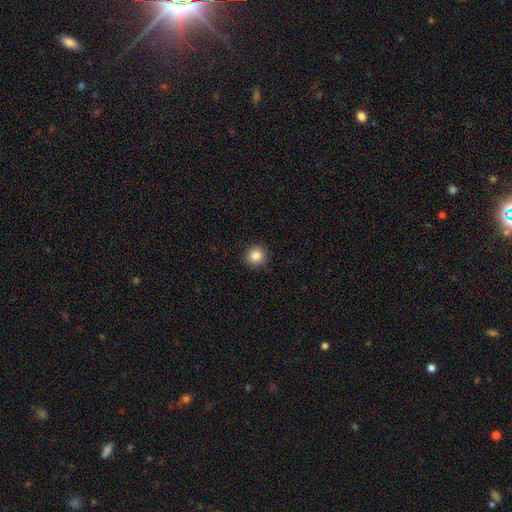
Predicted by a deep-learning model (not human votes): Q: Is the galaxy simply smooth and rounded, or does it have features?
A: smooth — 86%.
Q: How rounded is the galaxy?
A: round — 92%.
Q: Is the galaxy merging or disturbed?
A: none — 91%.